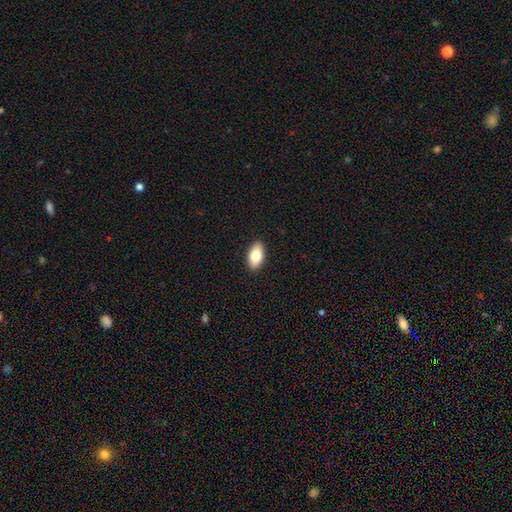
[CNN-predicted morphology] smooth_or_featured: smooth (p=0.80) [alt: featured or disk p=0.13]
how_rounded: in between (p=0.93) [alt: round p=0.04]
merging: none (p=0.91) [alt: minor disturbance p=0.07]